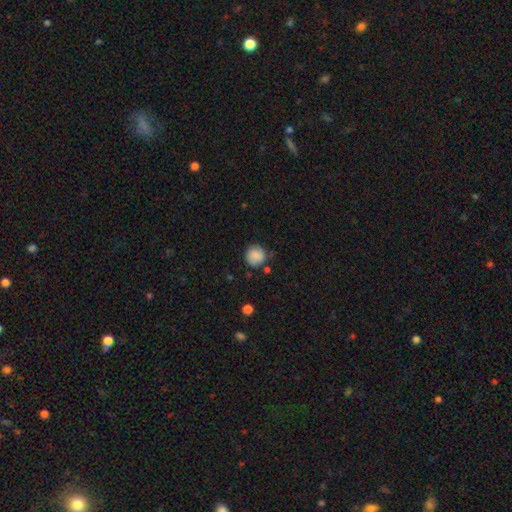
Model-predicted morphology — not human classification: Smooth or featured: smooth — 85% (star or artifact — 8%)
How rounded: round — 91% (in between — 8%)
Merging: none — 74% (minor disturbance — 18%)